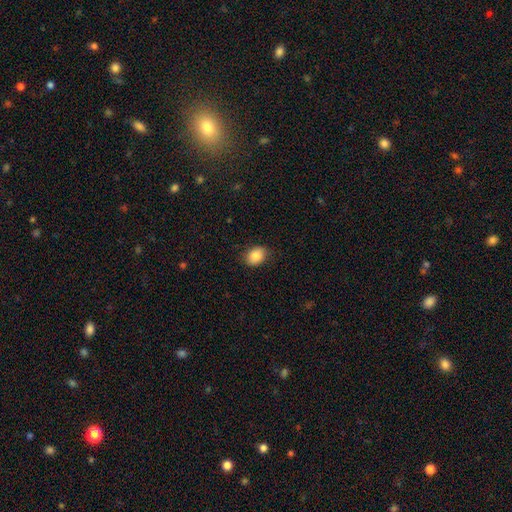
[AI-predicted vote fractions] Morphology: type=smooth (86%); roundness=in between (69%); merging=none (85%).